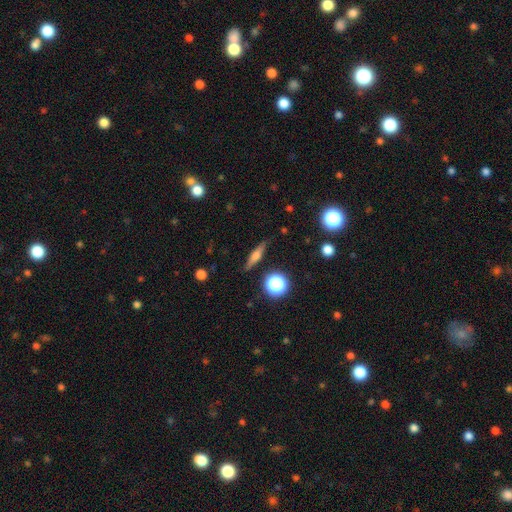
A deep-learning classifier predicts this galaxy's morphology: featured or disk 48%, smooth 41%, star or artifact 10%. Down the decision tree: merging — none (86%).